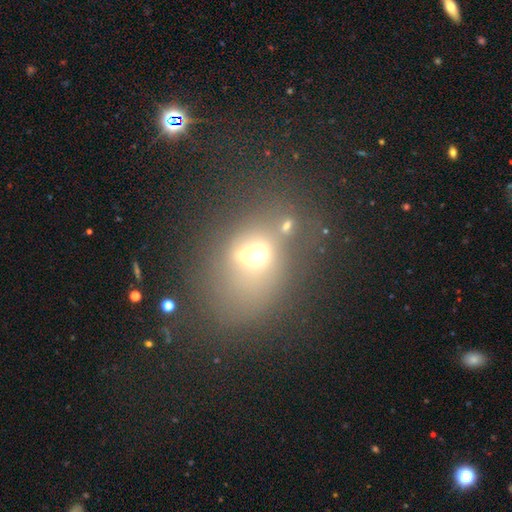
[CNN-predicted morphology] smooth 48%, featured or disk 27%, star or artifact 24%. Down the decision tree: merging — merger (54%).